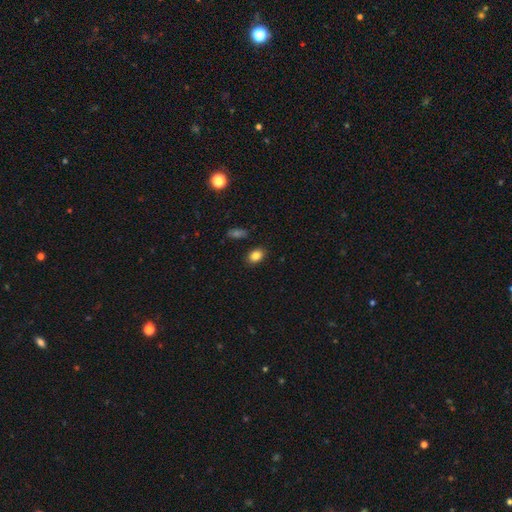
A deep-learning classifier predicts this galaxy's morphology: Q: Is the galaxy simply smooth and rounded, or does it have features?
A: smooth — 85%.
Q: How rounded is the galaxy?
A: in between — 75%.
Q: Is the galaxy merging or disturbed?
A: none — 86%.